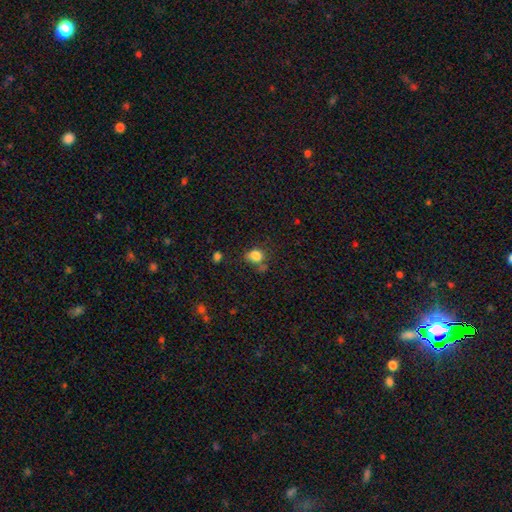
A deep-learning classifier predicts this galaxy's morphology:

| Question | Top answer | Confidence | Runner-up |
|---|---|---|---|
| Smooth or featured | smooth | 81% | star or artifact (12%) |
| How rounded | round | 53% | in between (46%) |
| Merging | none | 51% | minor disturbance (26%) |